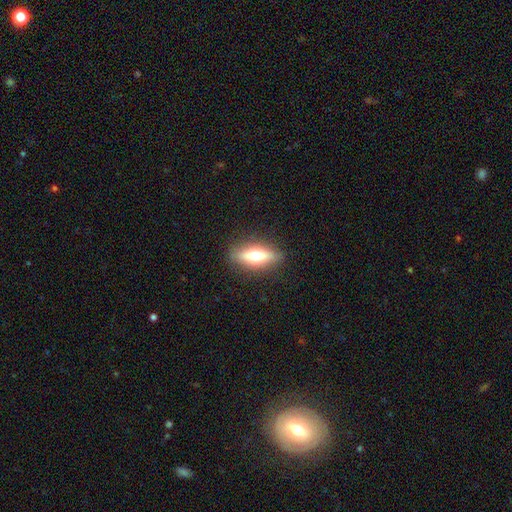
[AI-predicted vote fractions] Morphology: type=smooth (52%); roundness=in between (55%); merging=none (86%).